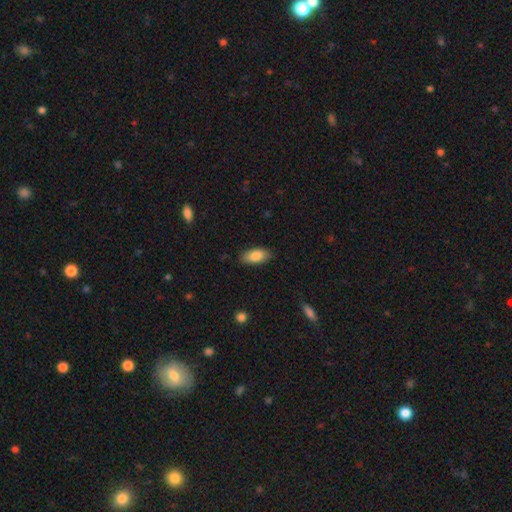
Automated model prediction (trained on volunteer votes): This is clearly a smooth galaxy (86%). How rounded: clearly in between (90%). Merging: clearly none (84%).